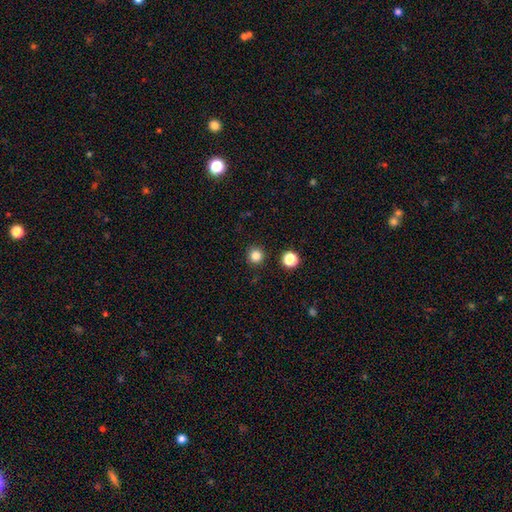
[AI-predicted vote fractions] smooth 83%, star or artifact 13%, featured or disk 4%. Down the decision tree: how rounded — round (95%); merging — none (91%).